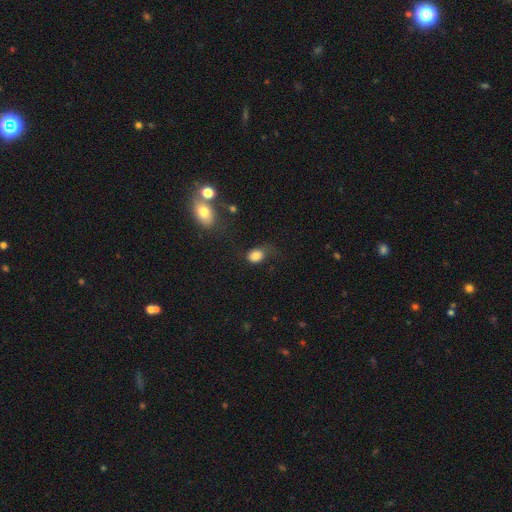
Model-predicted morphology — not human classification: smooth-or-featured: smooth: 82% | star or artifact: 9% | featured or disk: 9%
  how-rounded: in between: 66% | round: 33% | cigar-shaped: 1%
  merging: none: 49% | minor disturbance: 27% | major disturbance: 20% | merger: 4%